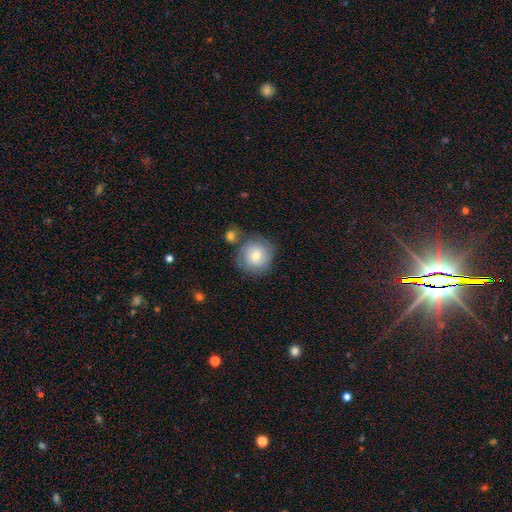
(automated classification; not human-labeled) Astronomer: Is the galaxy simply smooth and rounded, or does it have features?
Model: smooth — 62%.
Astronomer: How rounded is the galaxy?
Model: round — 91%.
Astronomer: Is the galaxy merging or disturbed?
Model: none — 66%.